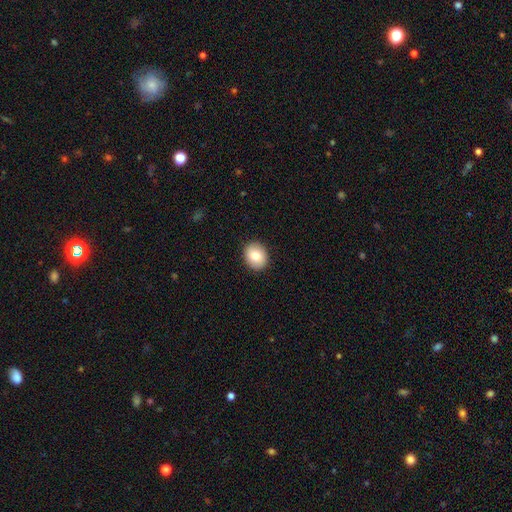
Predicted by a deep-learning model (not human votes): Morphology: type=smooth (81%); roundness=round (59%); merging=none (90%).